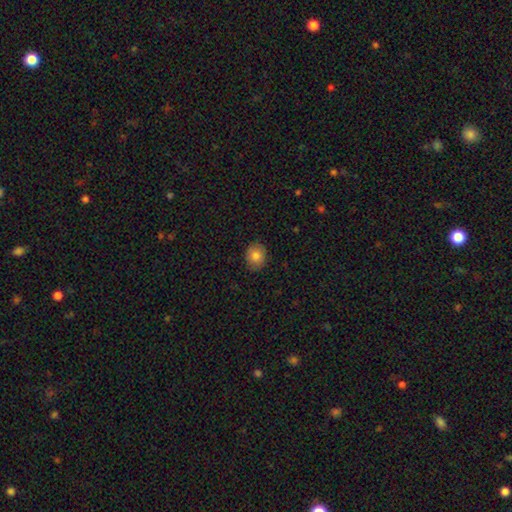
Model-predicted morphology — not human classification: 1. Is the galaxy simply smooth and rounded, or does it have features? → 83% smooth, 9% star or artifact, 8% featured or disk.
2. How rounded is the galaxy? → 57% round, 42% in between, 1% cigar-shaped.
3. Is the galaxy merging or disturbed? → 86% none, 11% minor disturbance, 2% major disturbance, 1% merger.